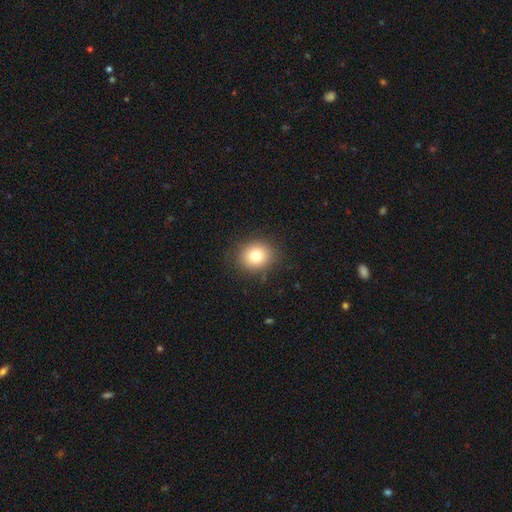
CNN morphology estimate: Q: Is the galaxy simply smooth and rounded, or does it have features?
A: smooth — 79%.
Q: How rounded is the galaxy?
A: round — 72%.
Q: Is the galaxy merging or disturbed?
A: none — 87%.